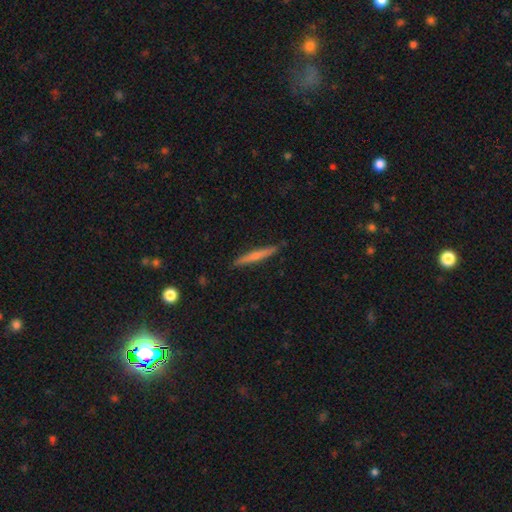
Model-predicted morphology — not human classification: This is possibly a smooth galaxy (59%). How rounded: clearly cigar-shaped (96%). Merging: clearly none (91%).